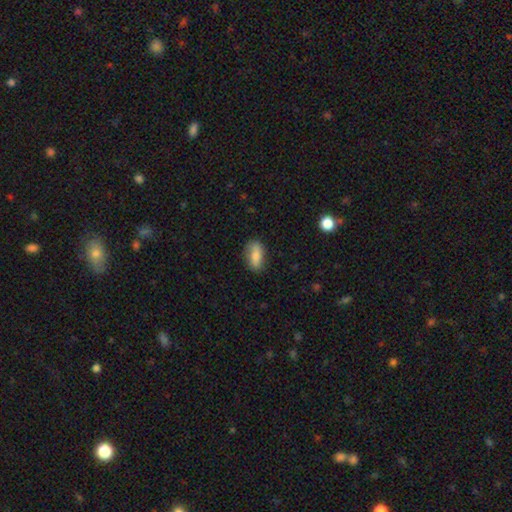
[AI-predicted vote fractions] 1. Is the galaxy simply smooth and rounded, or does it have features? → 79% smooth, 14% featured or disk, 7% star or artifact.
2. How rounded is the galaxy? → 86% in between, 10% cigar-shaped, 5% round.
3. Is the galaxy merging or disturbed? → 79% none, 16% minor disturbance, 3% major disturbance, 1% merger.